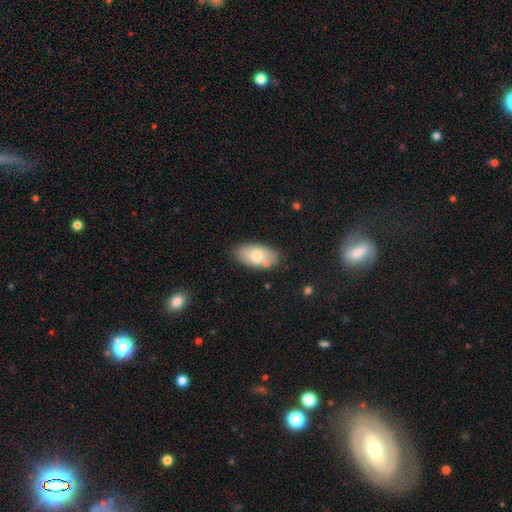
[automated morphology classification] Overall: smooth (72%). How rounded: in between (94%). Merging: none (75%).